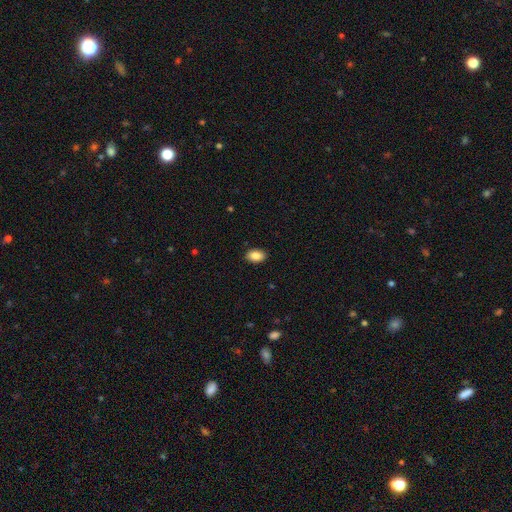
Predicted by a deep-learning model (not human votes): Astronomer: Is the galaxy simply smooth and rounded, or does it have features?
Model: smooth — 88%.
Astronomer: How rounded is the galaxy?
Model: in between — 90%.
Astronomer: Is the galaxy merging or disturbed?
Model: none — 89%.